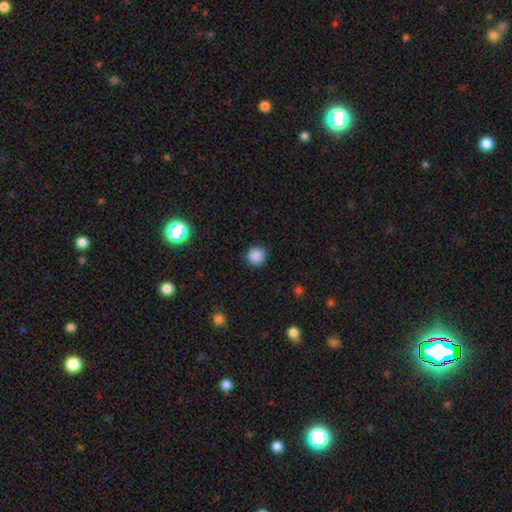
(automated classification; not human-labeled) A smooth galaxy with no disk features (86%) that is round (90%).

Vote fractions:
- Smooth or featured? smooth: 86% / star or artifact: 11% / featured or disk: 3%
- How rounded? round: 90% / in between: 10% / cigar-shaped: 1%
- Merging? none: 88% / minor disturbance: 8% / major disturbance: 2% / merger: 1%